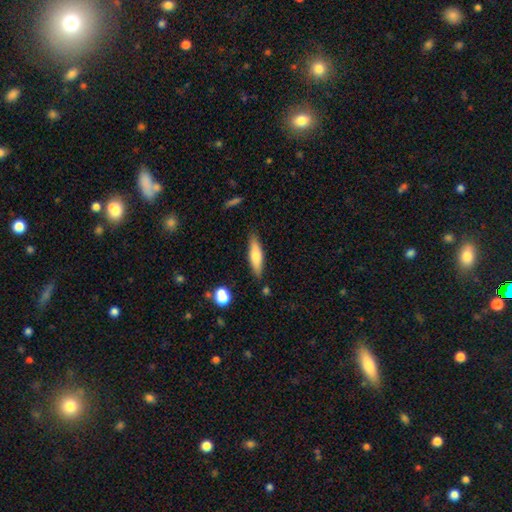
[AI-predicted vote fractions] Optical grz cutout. It shows a smooth galaxy with no disk features (62%) that is cigar-shaped (63%). Merging: none (83%).